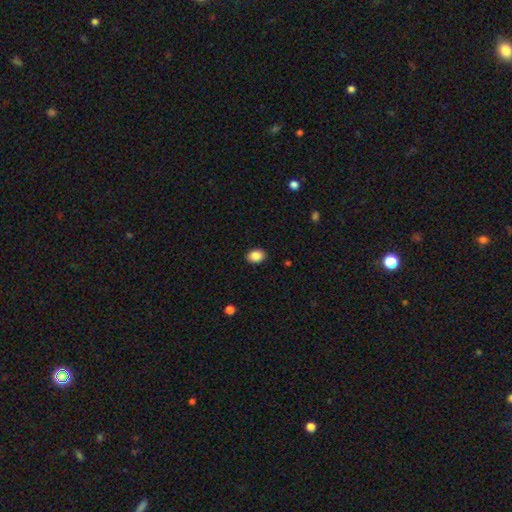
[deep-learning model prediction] This is clearly a smooth galaxy (88%). How rounded: likely in between (67%). Merging: clearly none (90%).